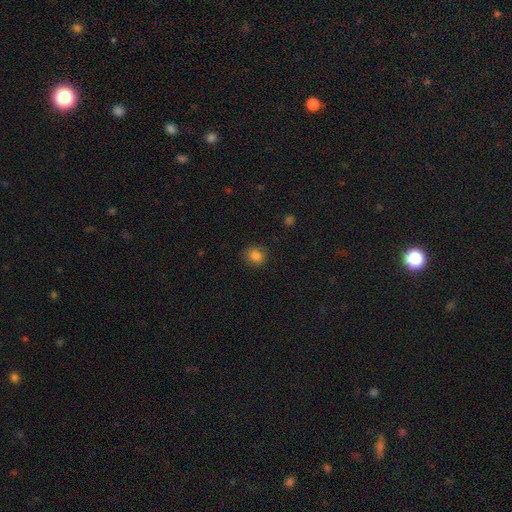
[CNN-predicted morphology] type=smooth (84%); roundness=round (73%); merging=none (87%).